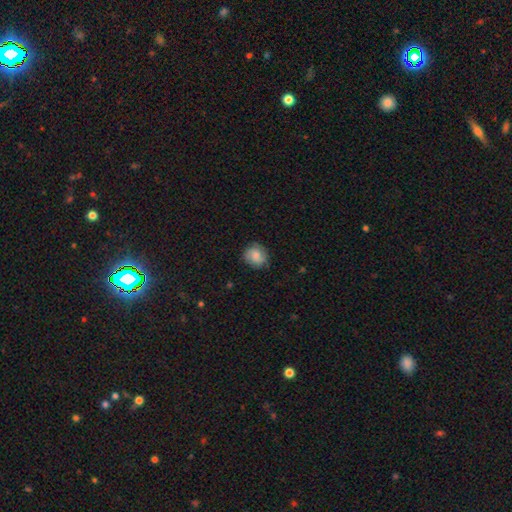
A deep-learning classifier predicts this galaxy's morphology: Q: Smooth or featured?
A: smooth (63%); runner-up: featured or disk (29%)
Q: How rounded?
A: round (78%); runner-up: in between (21%)
Q: Merging?
A: none (79%); runner-up: minor disturbance (15%)